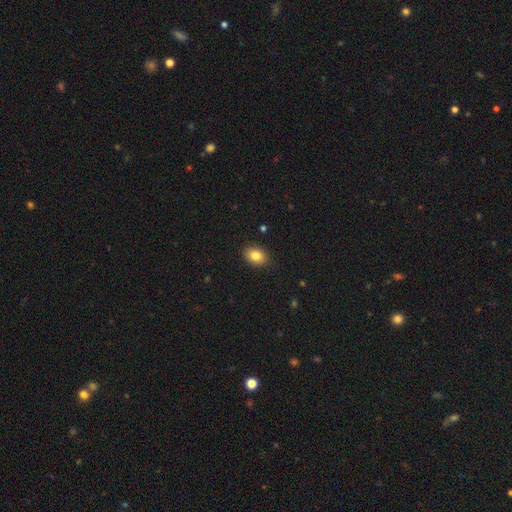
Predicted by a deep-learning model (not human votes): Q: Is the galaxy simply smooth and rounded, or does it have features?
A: smooth — 83%.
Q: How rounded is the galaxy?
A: in between — 77%.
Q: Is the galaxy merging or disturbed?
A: none — 88%.